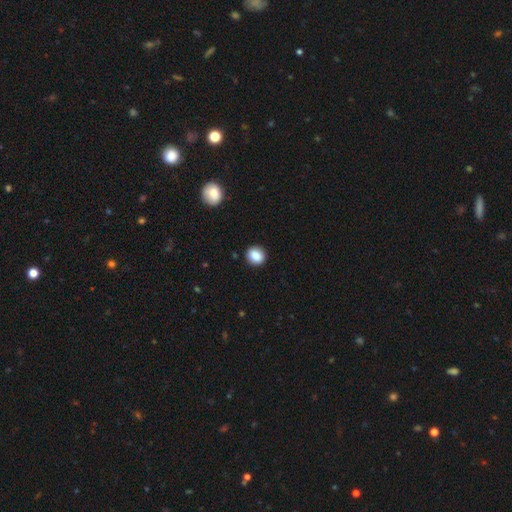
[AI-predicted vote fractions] A smooth galaxy with no disk features (87%) that is round (79%). Merging: none (90%).